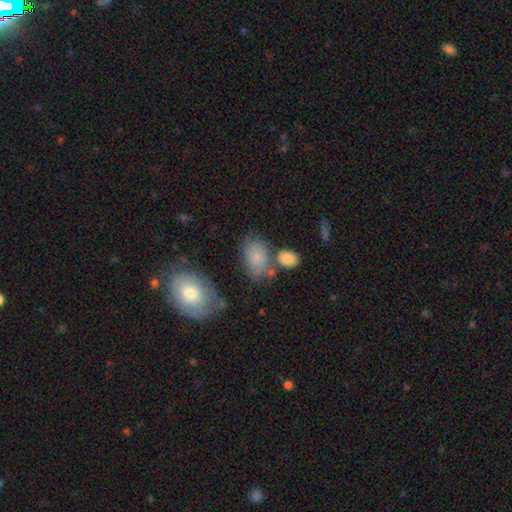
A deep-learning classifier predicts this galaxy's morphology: Q: Smooth or featured?
A: smooth (78%); runner-up: featured or disk (13%)
Q: How rounded?
A: in between (87%); runner-up: round (12%)
Q: Merging?
A: none (54%); runner-up: minor disturbance (20%)